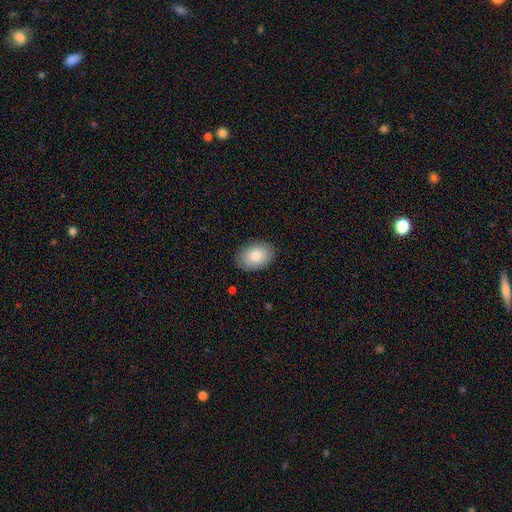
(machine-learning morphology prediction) The model was most divided on "how rounded": in between: 84%, round: 15%, cigar-shaped: 1%. More confident: merging — none (87%); smooth or featured — smooth (84%).